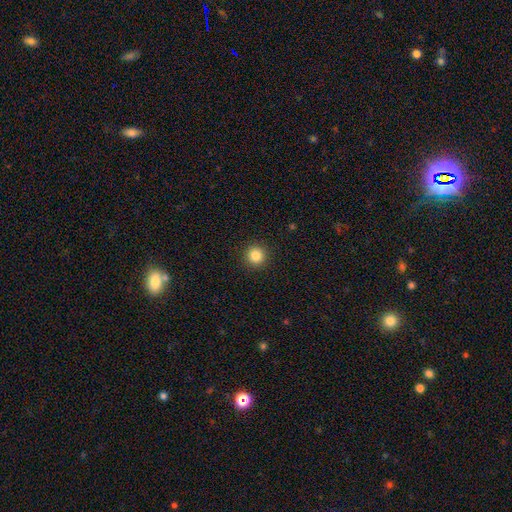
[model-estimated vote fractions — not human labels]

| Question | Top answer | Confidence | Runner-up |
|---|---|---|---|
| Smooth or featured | smooth | 84% | star or artifact (11%) |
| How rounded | round | 95% | in between (4%) |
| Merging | none | 93% | minor disturbance (5%) |